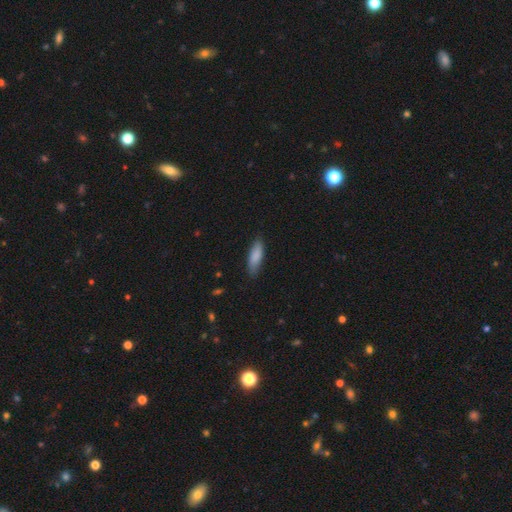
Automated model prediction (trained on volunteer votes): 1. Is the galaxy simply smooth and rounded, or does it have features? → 87% smooth, 8% featured or disk, 6% star or artifact.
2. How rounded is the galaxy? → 55% in between, 44% cigar-shaped, 2% round.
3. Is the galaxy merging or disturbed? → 82% none, 15% minor disturbance, 2% major disturbance, 1% merger.